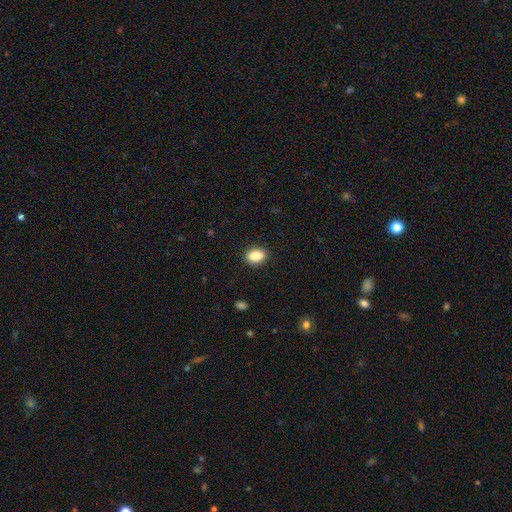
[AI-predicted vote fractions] smooth 87%, star or artifact 8%, featured or disk 5%. Down the decision tree: how rounded — in between (80%); merging — none (90%).